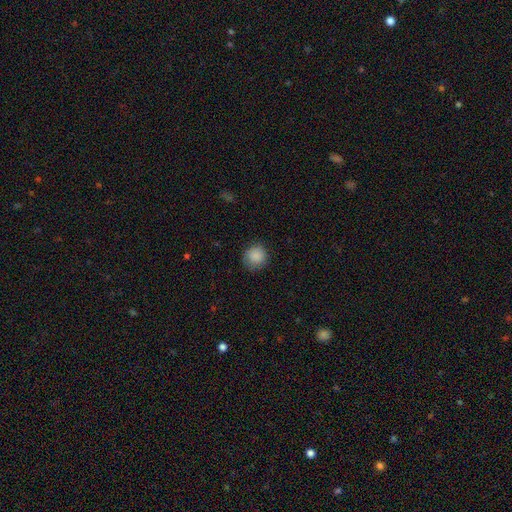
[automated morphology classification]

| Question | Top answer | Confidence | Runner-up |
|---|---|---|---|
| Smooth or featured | smooth | 88% | star or artifact (8%) |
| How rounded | round | 90% | in between (9%) |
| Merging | none | 85% | minor disturbance (11%) |